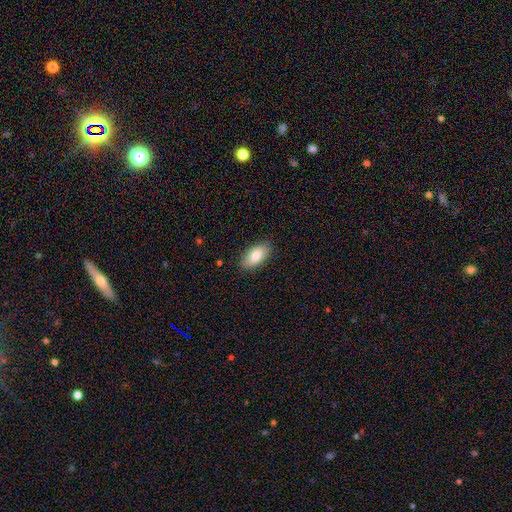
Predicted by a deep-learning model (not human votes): Overall: smooth (82%). How rounded: in between (92%). Merging: none (86%).